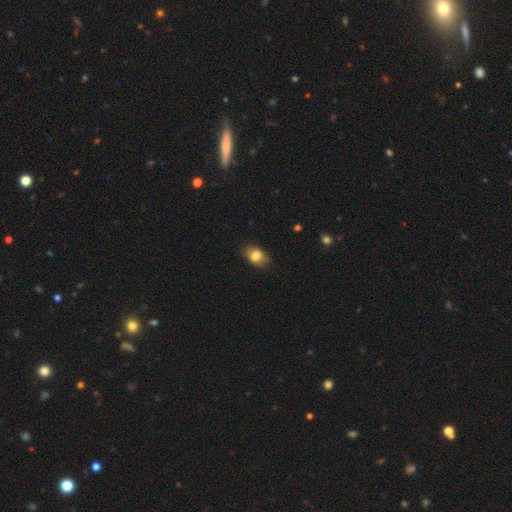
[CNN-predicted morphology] smooth-or-featured: smooth: 79% | featured or disk: 13% | star or artifact: 8%
  how-rounded: in between: 82% | round: 16% | cigar-shaped: 2%
  merging: none: 78% | minor disturbance: 17% | major disturbance: 3% | merger: 1%